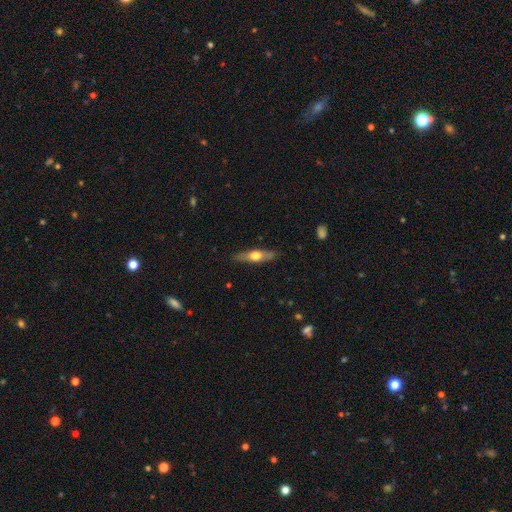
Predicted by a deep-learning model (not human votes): Smooth or featured: featured or disk — 50% (smooth — 45%)
Merging: none — 86% (minor disturbance — 11%)